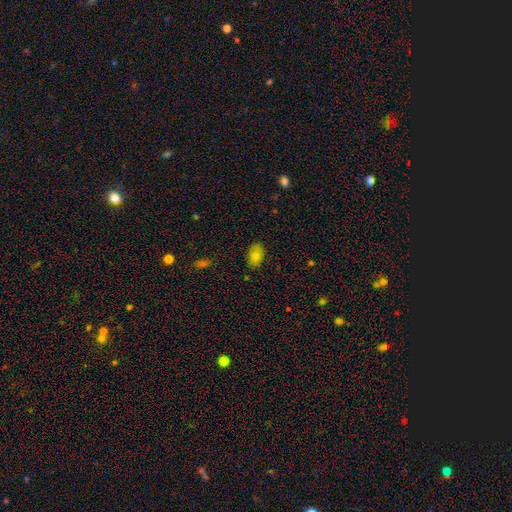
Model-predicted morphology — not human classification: Smooth or featured: smooth — 84% (star or artifact — 9%)
How rounded: in between — 91% (round — 8%)
Merging: none — 83% (minor disturbance — 13%)